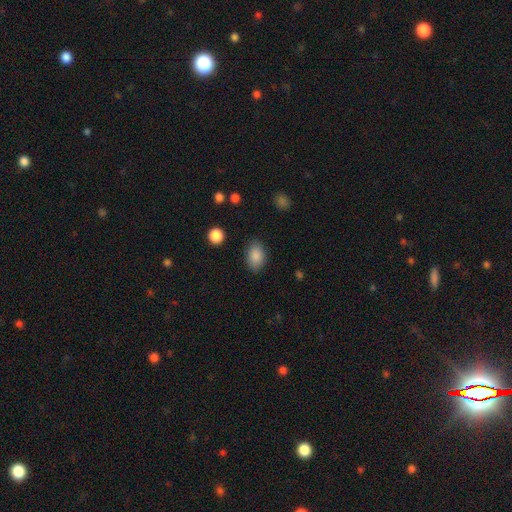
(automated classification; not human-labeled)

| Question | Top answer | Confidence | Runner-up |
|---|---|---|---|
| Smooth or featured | smooth | 88% | star or artifact (8%) |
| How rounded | in between | 83% | round (16%) |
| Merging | none | 85% | minor disturbance (11%) |